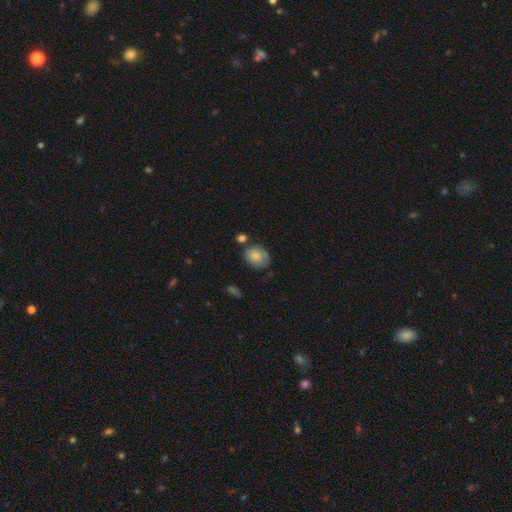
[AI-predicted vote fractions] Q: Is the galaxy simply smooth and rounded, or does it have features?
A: smooth — 73%.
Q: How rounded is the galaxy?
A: round — 53%.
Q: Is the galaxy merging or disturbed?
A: none — 58%.